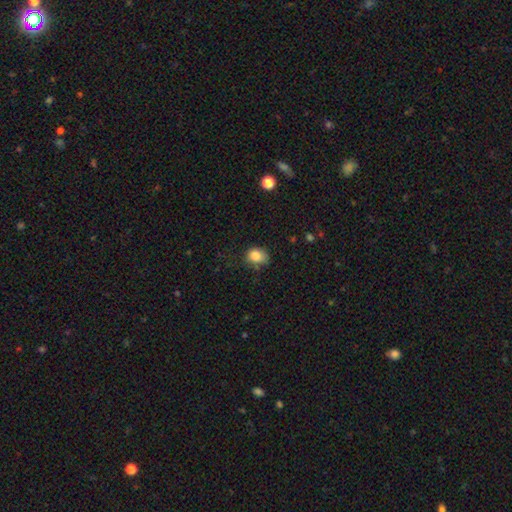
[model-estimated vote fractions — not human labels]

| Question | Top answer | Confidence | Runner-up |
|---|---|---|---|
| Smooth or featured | smooth | 84% | star or artifact (10%) |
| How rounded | in between | 53% | round (46%) |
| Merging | none | 56% | minor disturbance (31%) |